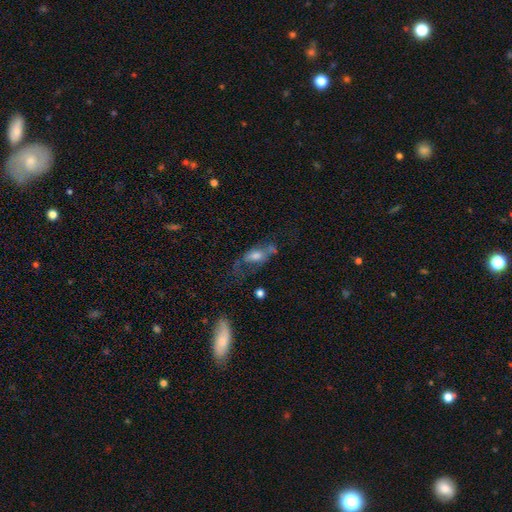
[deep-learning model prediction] The model was most divided on "merging" (2-way tie): none: 35%, major disturbance: 35%, minor disturbance: 22%, merger: 8%. Remaining: smooth or featured — smooth (46%).